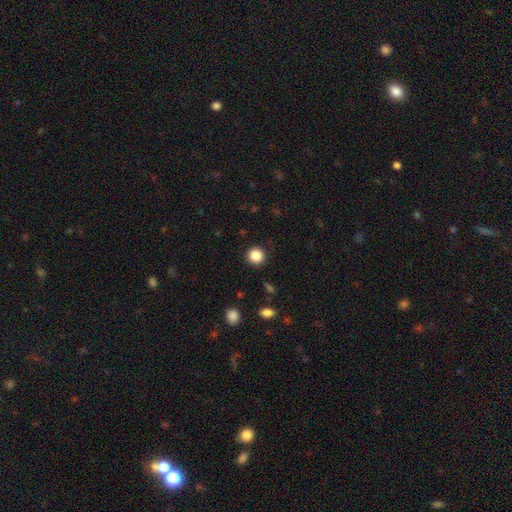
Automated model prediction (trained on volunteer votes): smooth-or-featured: smooth: 86% | star or artifact: 11% | featured or disk: 4%
  how-rounded: round: 95% | in between: 5% | cigar-shaped: 1%
  merging: none: 91% | minor disturbance: 6% | major disturbance: 2% | merger: 1%